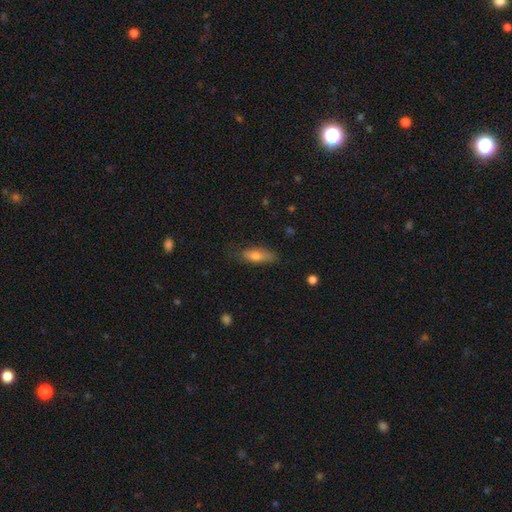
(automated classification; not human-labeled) smooth_or_featured: smooth (p=0.72) [alt: featured or disk p=0.21]
how_rounded: in between (p=0.60) [alt: cigar-shaped p=0.37]
merging: none (p=0.75) [alt: minor disturbance p=0.19]